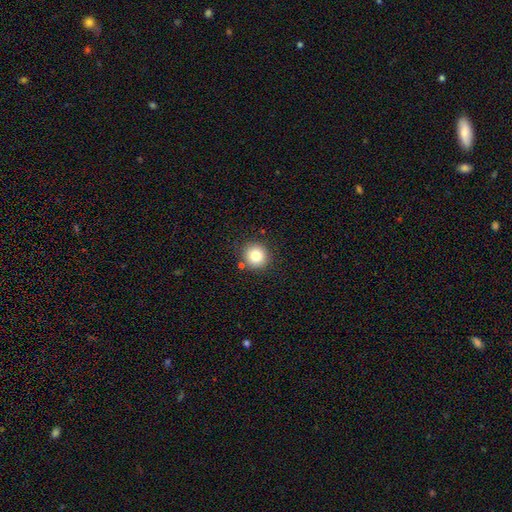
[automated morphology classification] Smooth or featured? Predicted: smooth (p=0.81). How rounded? Predicted: round (p=0.93). Merging? Predicted: none (p=0.86).